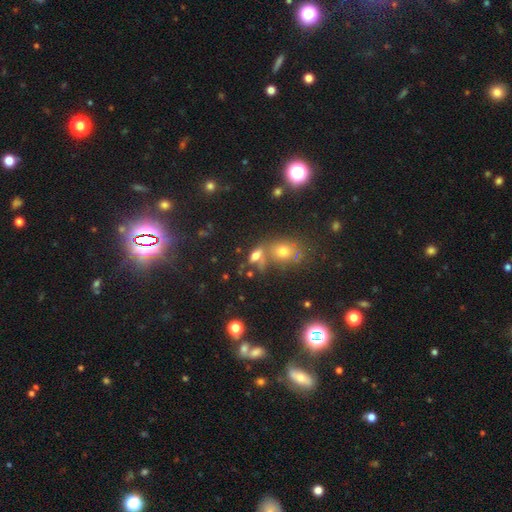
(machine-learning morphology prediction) Smooth or featured? smooth (63%)
How rounded? in between (74%)
Merging? none (48%)